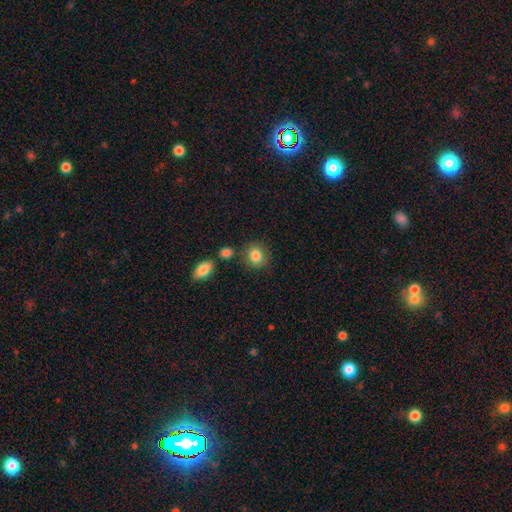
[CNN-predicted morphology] smooth-or-featured: smooth: 84% | star or artifact: 9% | featured or disk: 7%
  how-rounded: round: 65% | in between: 34% | cigar-shaped: 1%
  merging: none: 75% | minor disturbance: 13% | merger: 8% | major disturbance: 4%